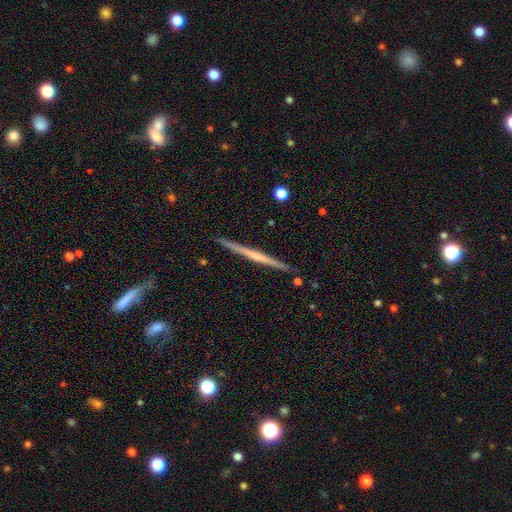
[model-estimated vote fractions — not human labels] A featured or disk galaxy (69%) viewed edge-on (98%) with no central bulge (66%). Merging: none (92%).